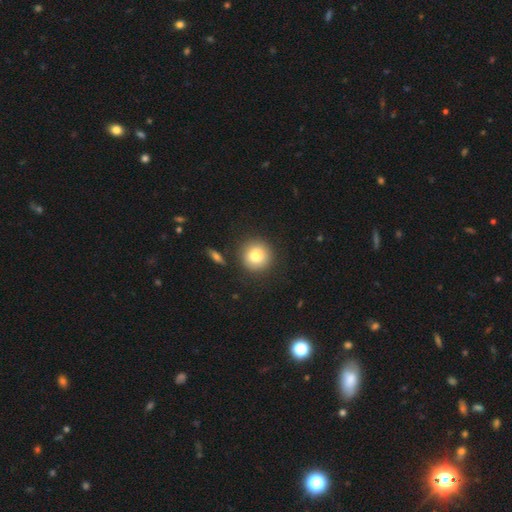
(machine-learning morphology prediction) smooth_or_featured: smooth (p=0.79) [alt: featured or disk p=0.11]
how_rounded: round (p=0.94) [alt: in between p=0.05]
merging: none (p=0.87) [alt: minor disturbance p=0.07]